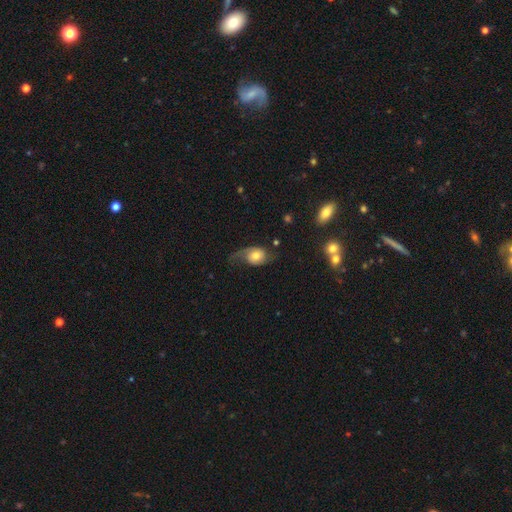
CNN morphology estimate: Smooth or featured: featured or disk — 50% (smooth — 42%)
Edge-on disk: no — 94% (yes — 6%)
Merging: none — 42% (major disturbance — 29%)